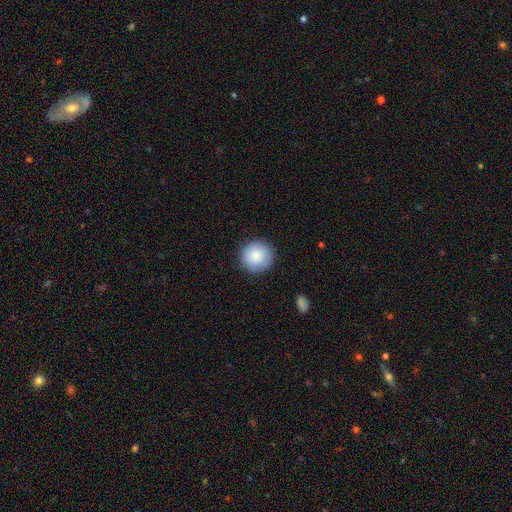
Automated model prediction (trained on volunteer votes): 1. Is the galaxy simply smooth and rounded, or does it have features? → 85% smooth, 8% featured or disk, 7% star or artifact.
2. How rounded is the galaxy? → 95% round, 4% in between, 1% cigar-shaped.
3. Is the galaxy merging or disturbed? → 89% none, 8% minor disturbance, 2% major disturbance, 1% merger.